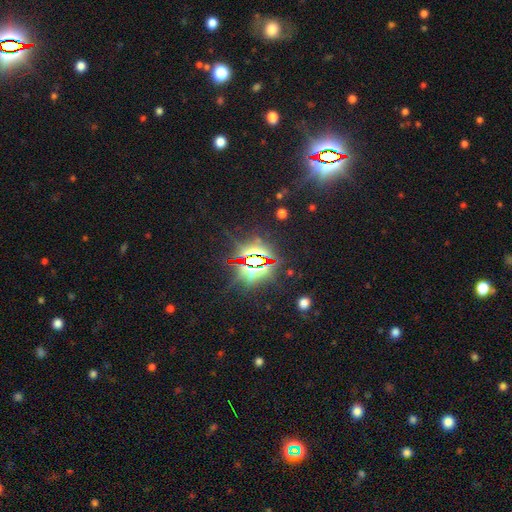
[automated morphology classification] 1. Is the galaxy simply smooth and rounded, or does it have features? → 83% star or artifact, 9% smooth, 8% featured or disk.